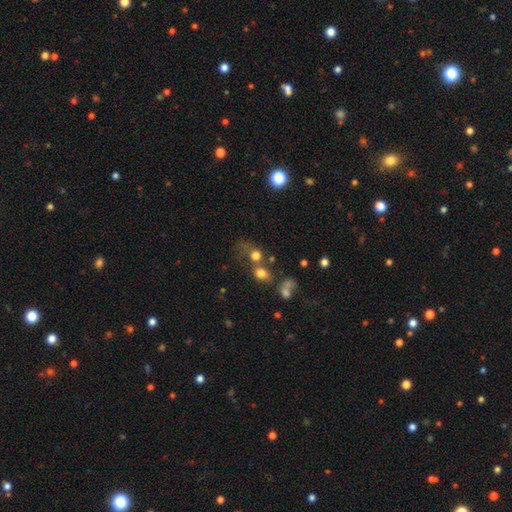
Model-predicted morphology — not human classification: The model was most divided on "merging": merger: 42%, none: 33%, major disturbance: 15%, minor disturbance: 11%. More confident: smooth or featured — smooth (71%); how rounded — round (68%).